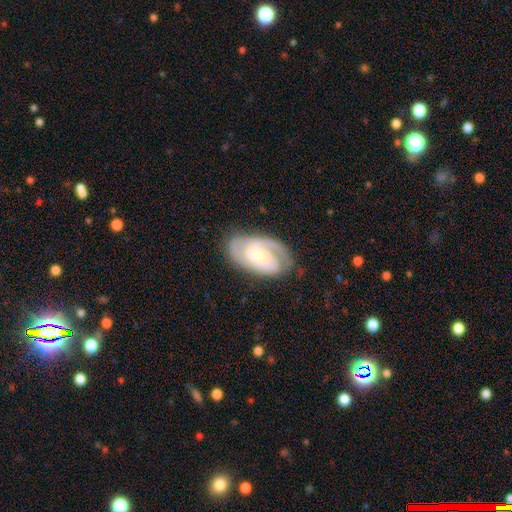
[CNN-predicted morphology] This appears to be a featured or disk galaxy (83%) with no bar (54%), 2 (58%) tight (54%) spiral arms (96%) and a small central bulge (64%). Merging: none (72%).